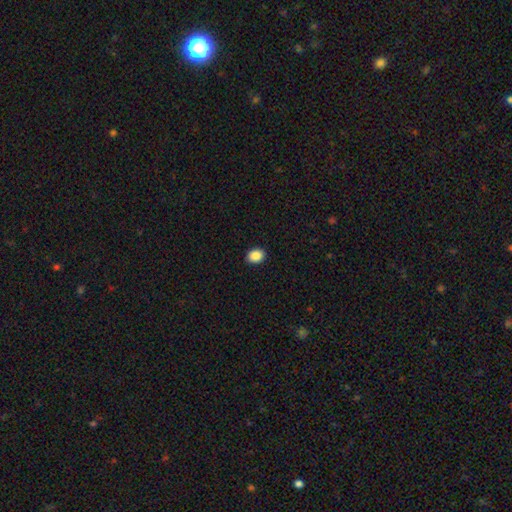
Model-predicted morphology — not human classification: A smooth galaxy with no disk features (89%) that is in between round and cigar-shaped (62%). Merging: none (91%).